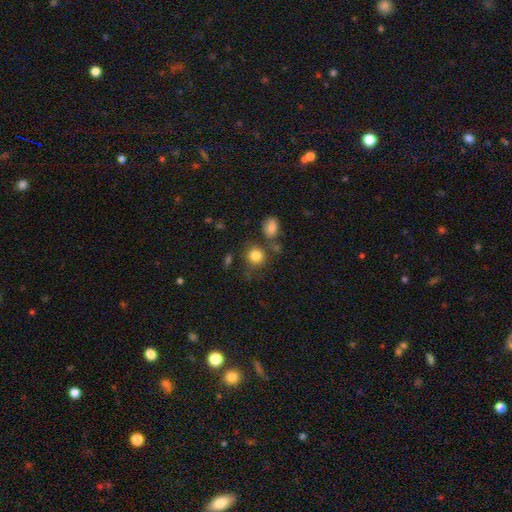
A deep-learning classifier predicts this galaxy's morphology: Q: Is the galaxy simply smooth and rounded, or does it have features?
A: smooth — 83%.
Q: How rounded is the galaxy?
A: round — 86%.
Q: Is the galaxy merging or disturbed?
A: none — 71%.